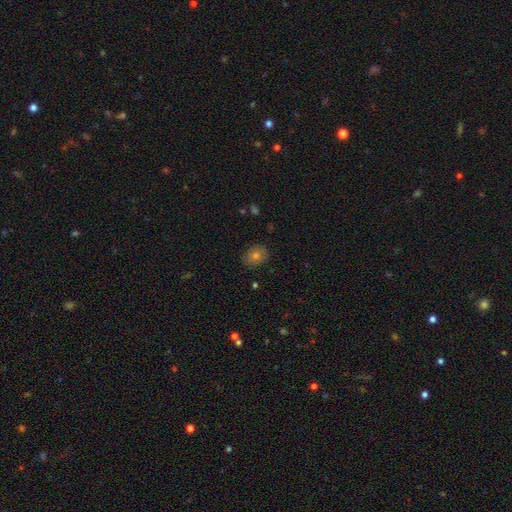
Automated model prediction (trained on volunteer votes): Morphology: type=smooth (70%); roundness=in between (51%); merging=none (86%).